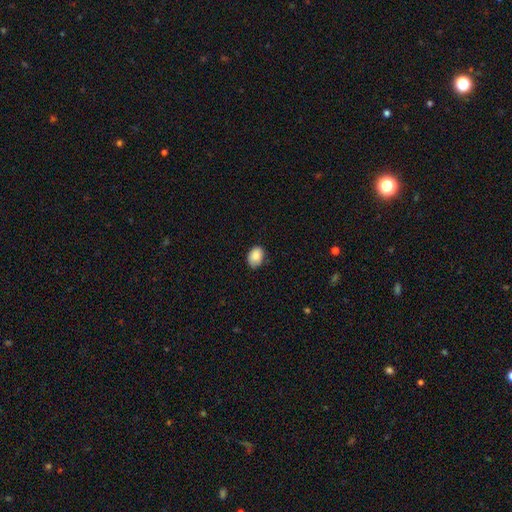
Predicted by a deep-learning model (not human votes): smooth 86%, star or artifact 8%, featured or disk 6%. Down the decision tree: how rounded — in between (77%); merging — none (76%).